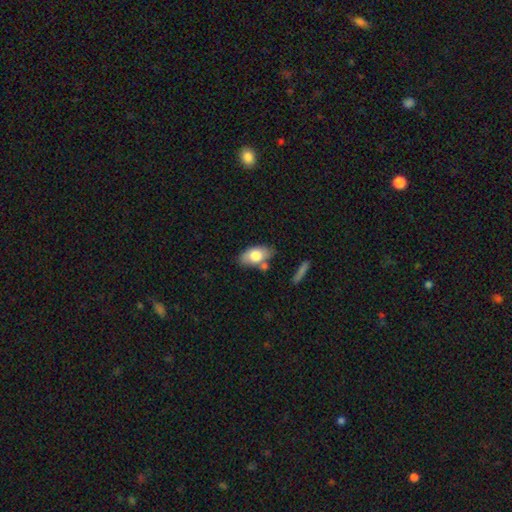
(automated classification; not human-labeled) The model was most divided on "merging": none: 67%, minor disturbance: 17%, merger: 13%, major disturbance: 4%. More confident: how rounded — in between (90%); smooth or featured — smooth (73%).